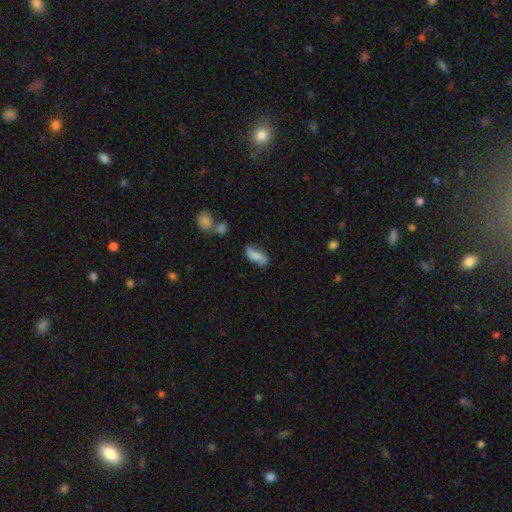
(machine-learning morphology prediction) smooth_or_featured: smooth (p=0.67) [alt: featured or disk p=0.25]
how_rounded: in between (p=0.83) [alt: cigar-shaped p=0.13]
merging: none (p=0.60) [alt: minor disturbance p=0.27]